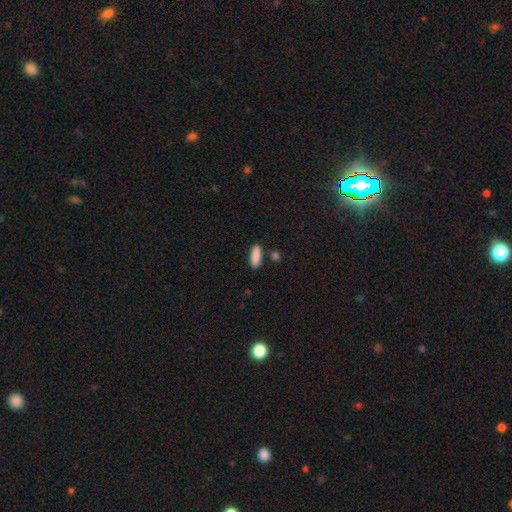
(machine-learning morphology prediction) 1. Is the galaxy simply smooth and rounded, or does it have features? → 89% smooth, 7% star or artifact, 4% featured or disk.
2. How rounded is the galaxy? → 58% in between, 40% cigar-shaped, 2% round.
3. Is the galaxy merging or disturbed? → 83% none, 10% minor disturbance, 5% merger, 2% major disturbance.